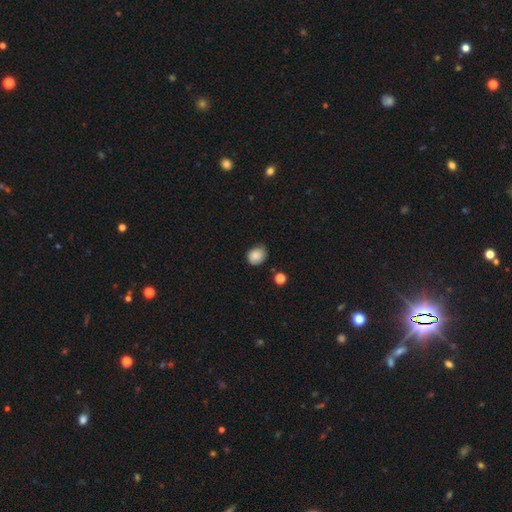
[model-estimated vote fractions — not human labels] This appears to be a smooth galaxy with no disk features (86%) that is round (63%). Merging: none (69%).